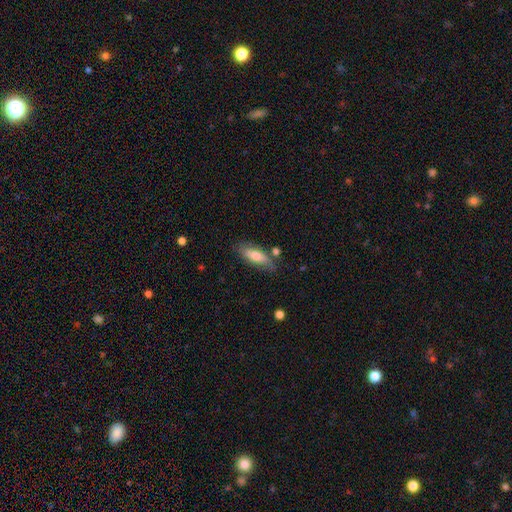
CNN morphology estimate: This is likely a smooth galaxy (68%). How rounded: likely in between (67%). Merging: likely none (67%).